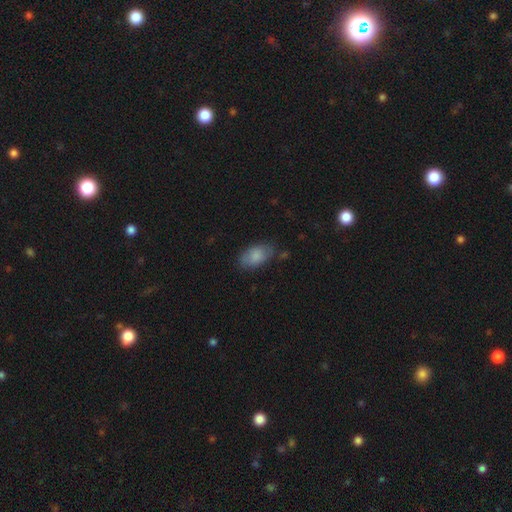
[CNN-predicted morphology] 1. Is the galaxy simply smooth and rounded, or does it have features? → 82% smooth, 11% featured or disk, 7% star or artifact.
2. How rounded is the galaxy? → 93% in between, 5% round, 2% cigar-shaped.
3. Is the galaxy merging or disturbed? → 70% none, 21% minor disturbance, 5% major disturbance, 3% merger.